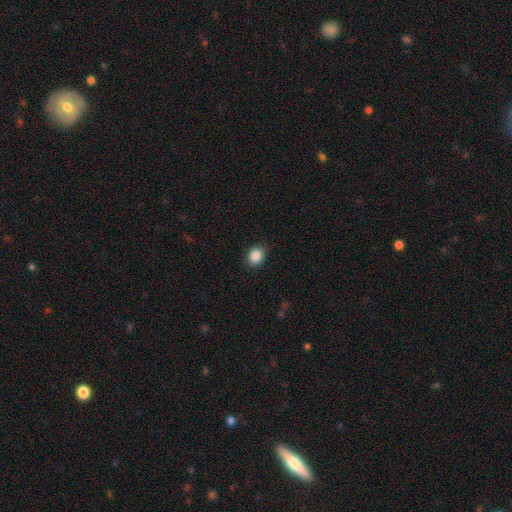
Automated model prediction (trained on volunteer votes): Morphology: type=smooth (87%); roundness=round (58%); merging=none (88%).